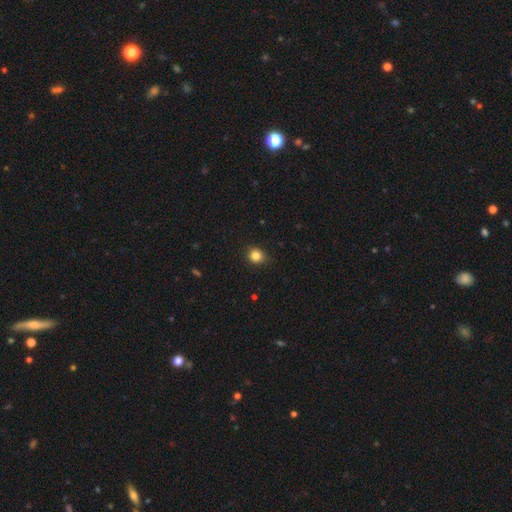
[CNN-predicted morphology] A smooth galaxy with no disk features (83%) that is round (78%).

Vote fractions:
- Smooth or featured? smooth: 83% / star or artifact: 12% / featured or disk: 5%
- How rounded? round: 78% / in between: 21% / cigar-shaped: 1%
- Merging? none: 84% / minor disturbance: 12% / major disturbance: 2% / merger: 1%